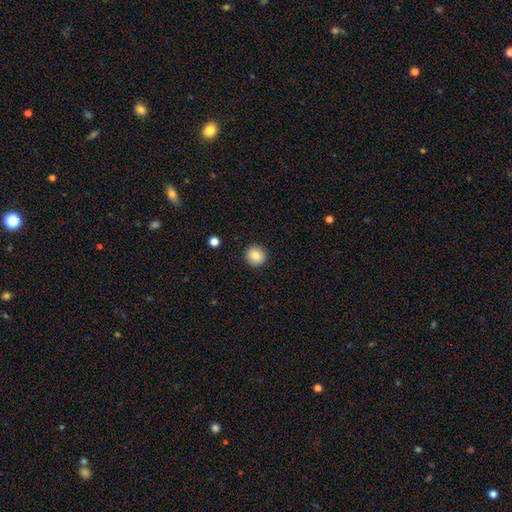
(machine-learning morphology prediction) A smooth galaxy with no disk features (86%) that is round (94%).

Vote fractions:
- Smooth or featured? smooth: 86% / star or artifact: 9% / featured or disk: 5%
- How rounded? round: 94% / in between: 5% / cigar-shaped: 1%
- Merging? none: 92% / minor disturbance: 5% / major disturbance: 2% / merger: 1%